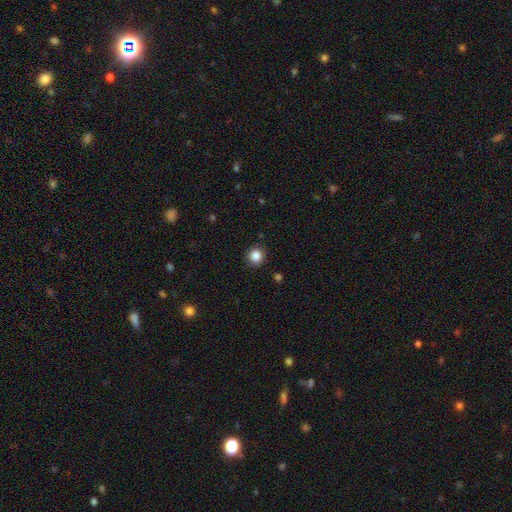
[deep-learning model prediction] Smooth or featured? Predicted: smooth (p=0.86). How rounded? Predicted: round (p=0.89). Merging? Predicted: none (p=0.89).